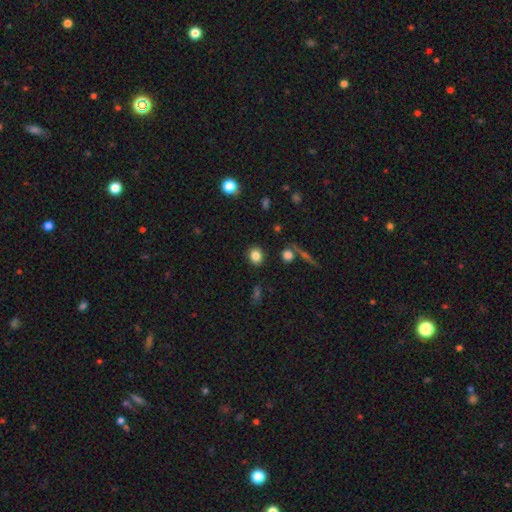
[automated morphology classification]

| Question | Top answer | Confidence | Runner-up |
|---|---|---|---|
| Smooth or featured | smooth | 83% | star or artifact (11%) |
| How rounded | round | 67% | in between (32%) |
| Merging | none | 87% | minor disturbance (8%) |